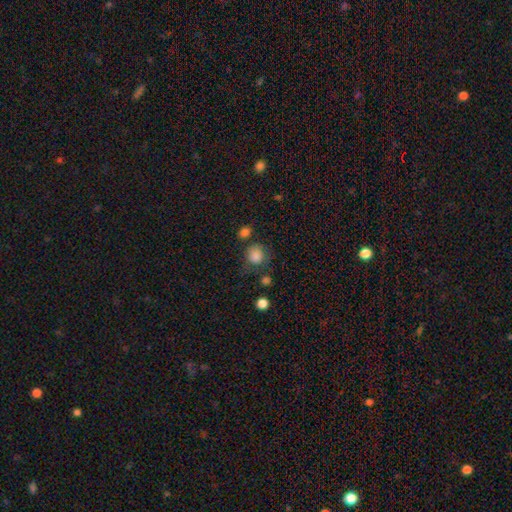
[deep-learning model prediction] Smooth or featured? Predicted: smooth (p=0.83). How rounded? Predicted: round (p=0.87). Merging? Predicted: none (p=0.67).